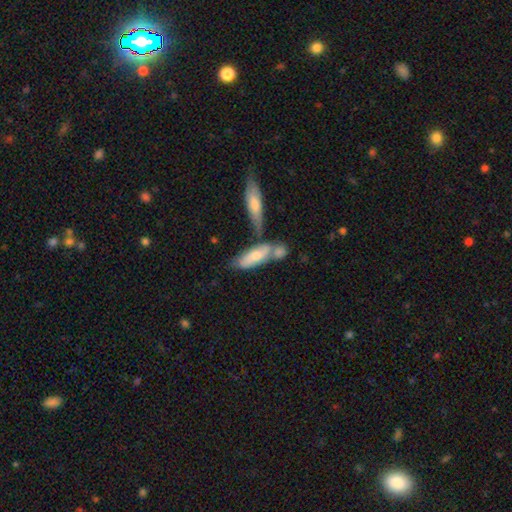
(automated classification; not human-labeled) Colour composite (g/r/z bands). It shows a smooth galaxy with no disk features (58%) that is in between round and cigar-shaped (62%). Merging: merger (42%).